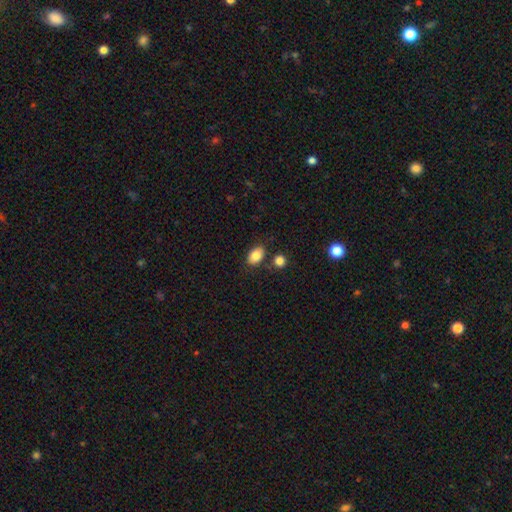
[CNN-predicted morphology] Smooth or featured: smooth — 84% (star or artifact — 8%)
How rounded: in between — 86% (round — 13%)
Merging: none — 78% (minor disturbance — 12%)